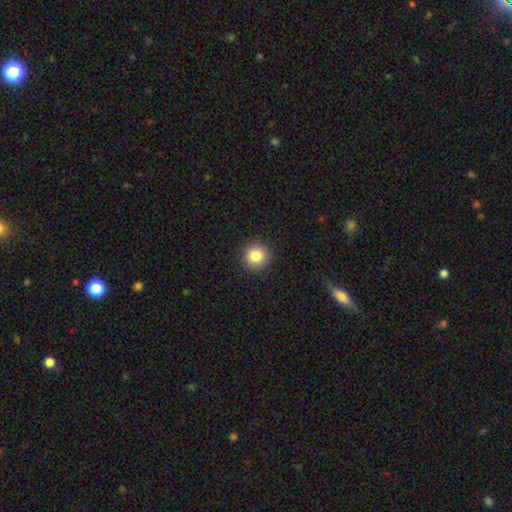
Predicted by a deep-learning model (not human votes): smooth-or-featured: smooth: 84% | star or artifact: 10% | featured or disk: 5%
  how-rounded: round: 94% | in between: 5% | cigar-shaped: 1%
  merging: none: 91% | minor disturbance: 6% | major disturbance: 2% | merger: 1%